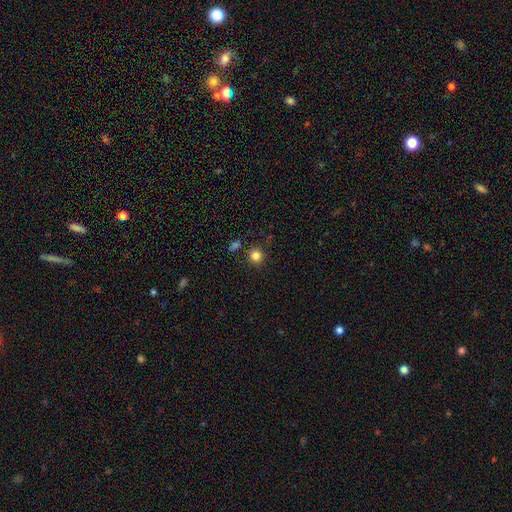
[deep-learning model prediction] Smooth or featured?
  - smooth: 83% *
  - star or artifact: 12%
  - featured or disk: 5%
How rounded?
  - round: 92% *
  - in between: 7%
  - cigar-shaped: 1%
Merging?
  - none: 83% *
  - minor disturbance: 9%
  - merger: 5%
  - major disturbance: 3%